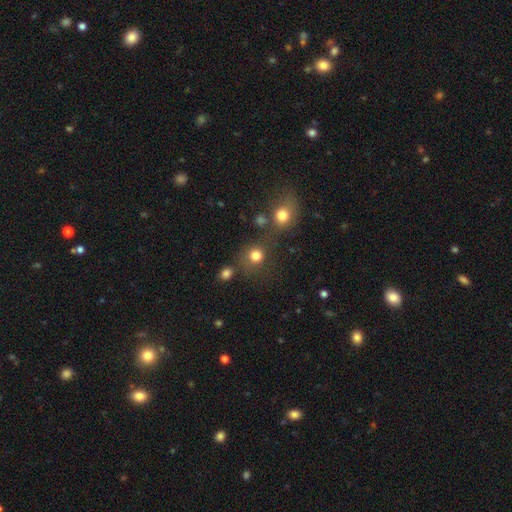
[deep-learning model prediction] Smooth or featured: smooth — 79% (star or artifact — 15%)
How rounded: round — 88% (in between — 11%)
Merging: none — 66% (merger — 18%)